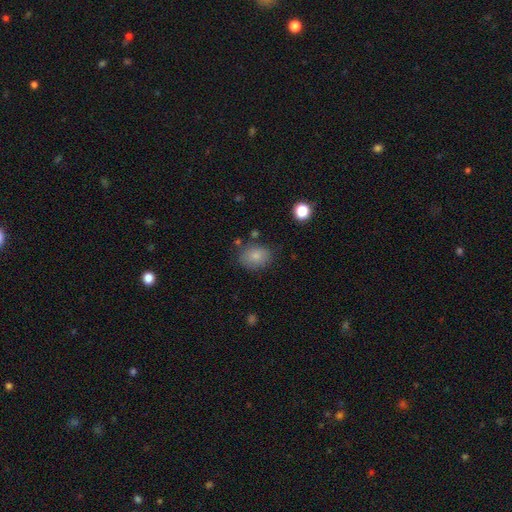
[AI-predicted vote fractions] smooth 83%, star or artifact 9%, featured or disk 8%. Down the decision tree: how rounded — in between (63%); merging — none (75%).